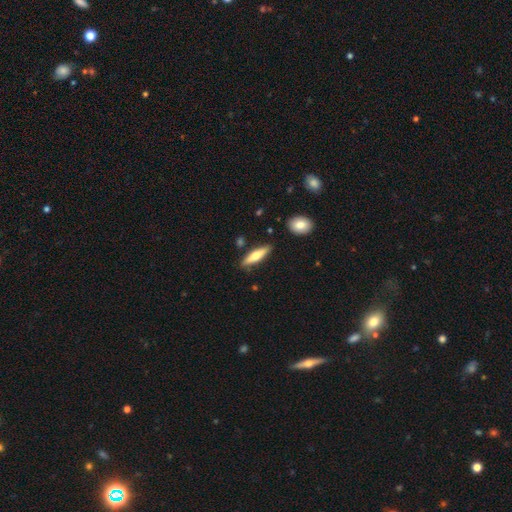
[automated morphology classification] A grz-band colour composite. It shows a smooth galaxy with no disk features (55%) that is cigar-shaped (67%). Merging: none (83%).